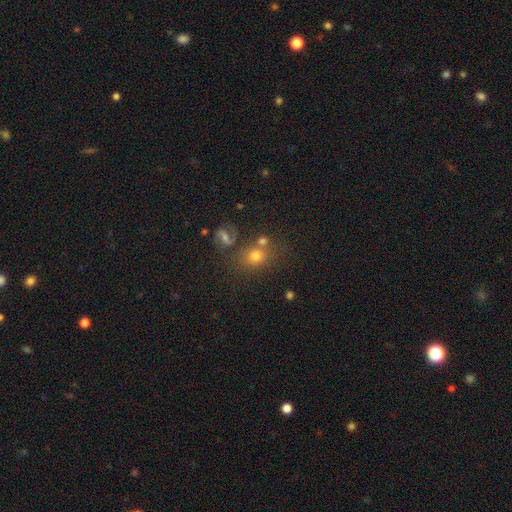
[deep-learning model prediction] Smooth or featured? Predicted: smooth (p=0.63). How rounded? Predicted: round (p=0.68). Merging? Predicted: none (p=0.61).